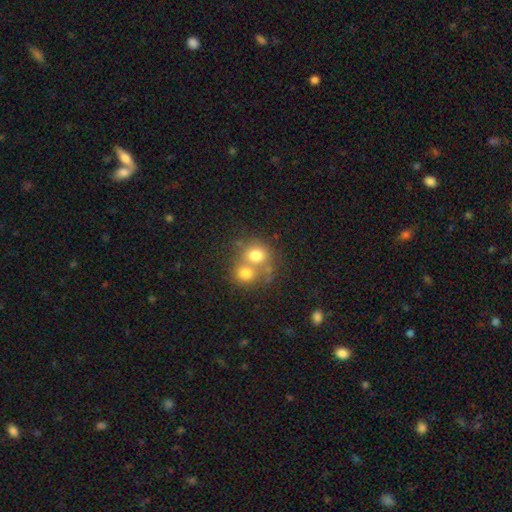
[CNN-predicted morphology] Q: Smooth or featured?
A: smooth (72%); runner-up: featured or disk (16%)
Q: How rounded?
A: round (76%); runner-up: in between (24%)
Q: Merging?
A: merger (57%); runner-up: none (32%)